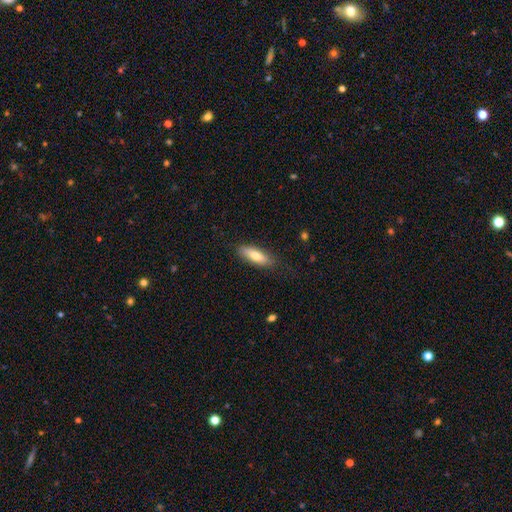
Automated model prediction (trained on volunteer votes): Smooth or featured? Predicted: smooth (p=0.75). How rounded? Predicted: in between (p=0.59). Merging? Predicted: none (p=0.82).